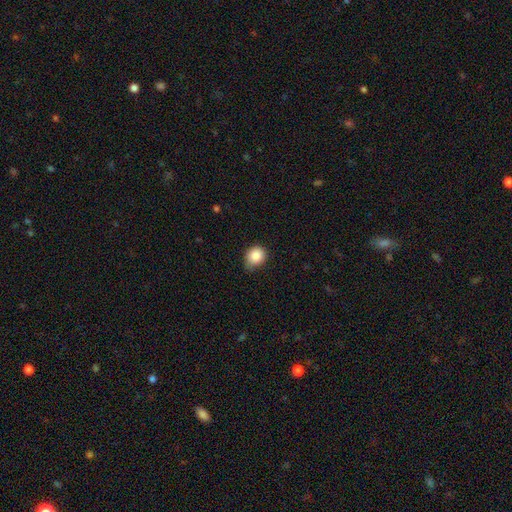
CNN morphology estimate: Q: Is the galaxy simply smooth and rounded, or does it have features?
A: smooth — 86%.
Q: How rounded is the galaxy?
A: round — 72%.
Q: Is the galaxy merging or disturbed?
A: none — 64%.